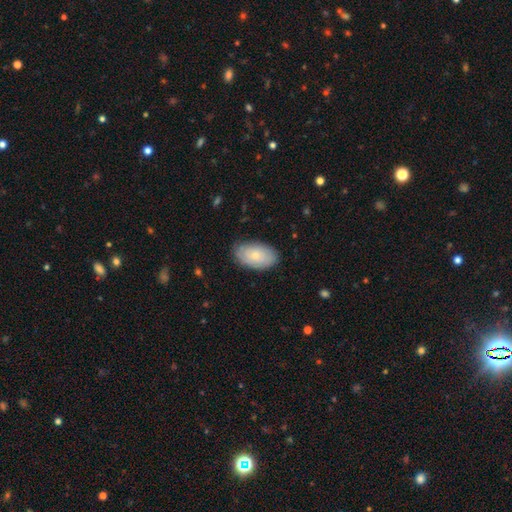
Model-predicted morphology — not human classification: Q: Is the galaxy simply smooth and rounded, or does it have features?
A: smooth — 62%.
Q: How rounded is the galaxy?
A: in between — 94%.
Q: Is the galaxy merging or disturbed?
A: none — 81%.